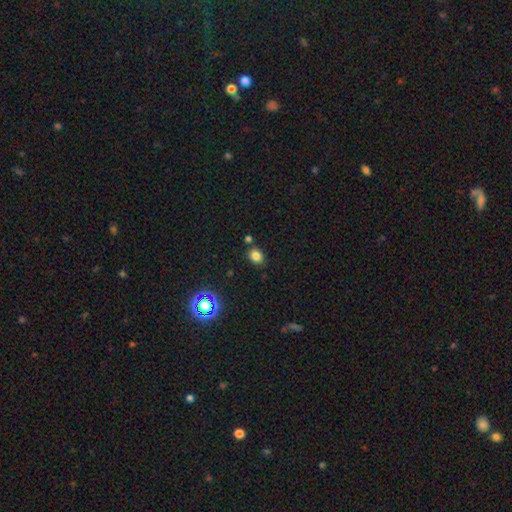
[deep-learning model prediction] Morphology: type=smooth (78%); roundness=in between (53%); merging=none (80%).